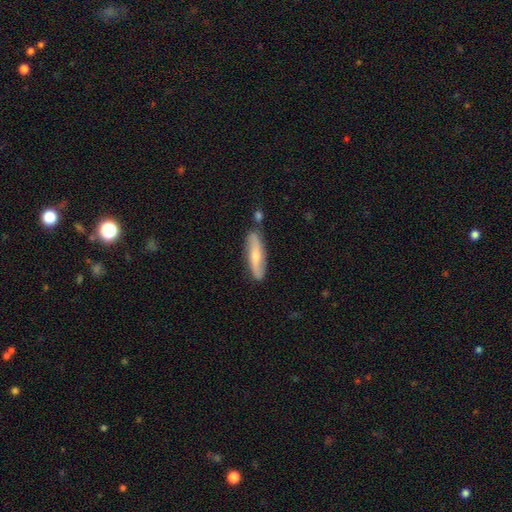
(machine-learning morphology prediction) Smooth or featured?
  - featured or disk: 53% *
  - smooth: 42%
  - star or artifact: 6%
Edge-on disk?
  - no: 63% *
  - yes: 37%
Merging?
  - none: 76% *
  - minor disturbance: 15%
  - merger: 7%
  - major disturbance: 3%